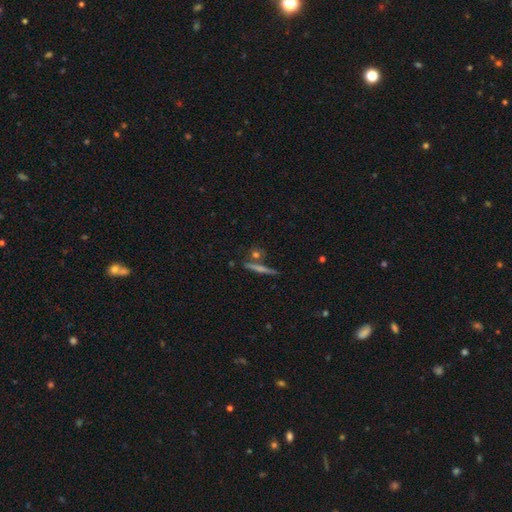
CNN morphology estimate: This is possibly a featured or disk galaxy (47%). Merging: likely none (79%).